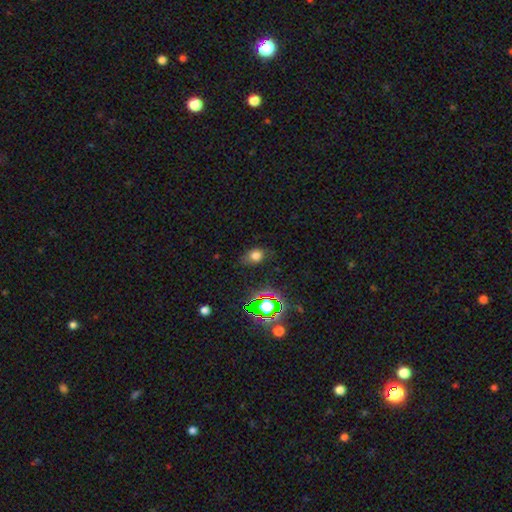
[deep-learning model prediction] This is likely a smooth galaxy (70%). How rounded: likely in between (62%). Merging: likely none (64%).